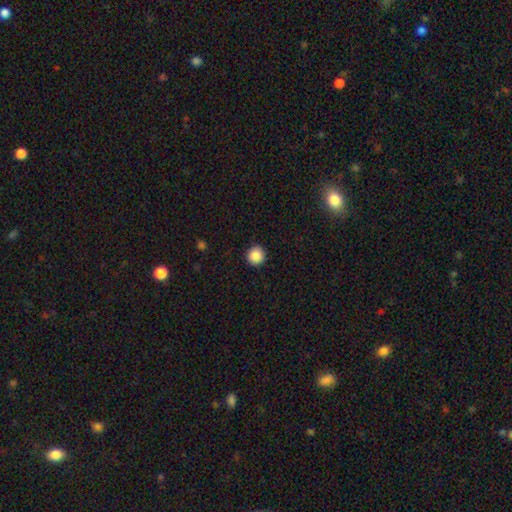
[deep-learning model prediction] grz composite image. It shows a smooth galaxy with no disk features (87%) that is round (94%). Merging: none (92%).